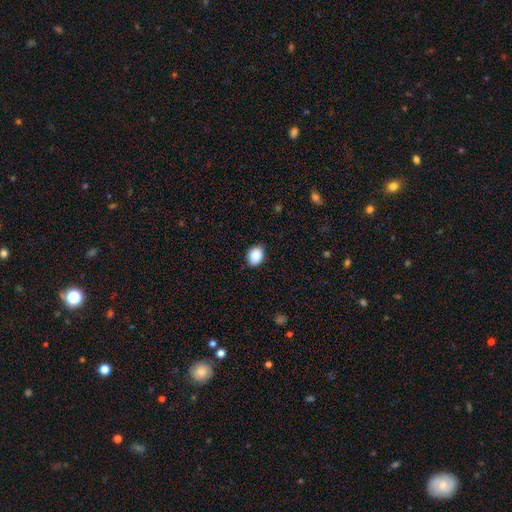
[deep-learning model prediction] Smooth or featured: smooth — 90% (star or artifact — 7%)
How rounded: in between — 66% (round — 33%)
Merging: none — 88% (minor disturbance — 9%)